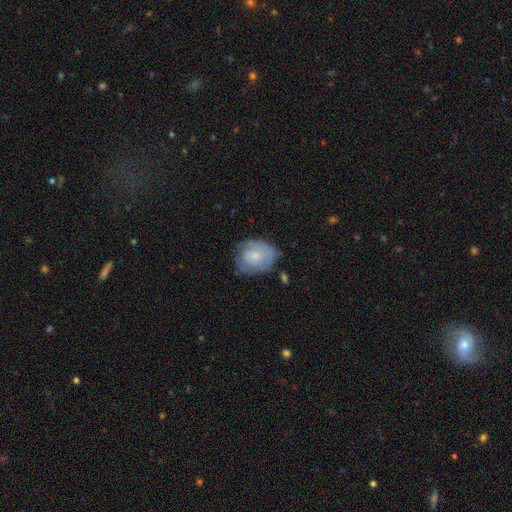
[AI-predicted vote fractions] Overall: smooth (57%; featured or disk 36%). How rounded: in between (51%; round 48%). Merging: none (54%; minor disturbance 33%).